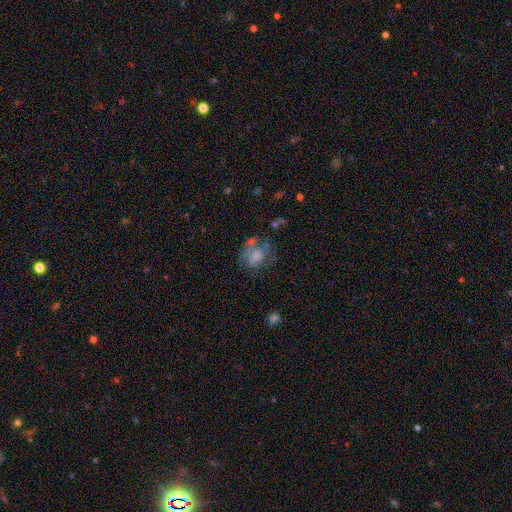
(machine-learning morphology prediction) Smooth or featured? Predicted: smooth (p=0.52). How rounded? Predicted: round (p=0.56). Merging? Predicted: none (p=0.42).